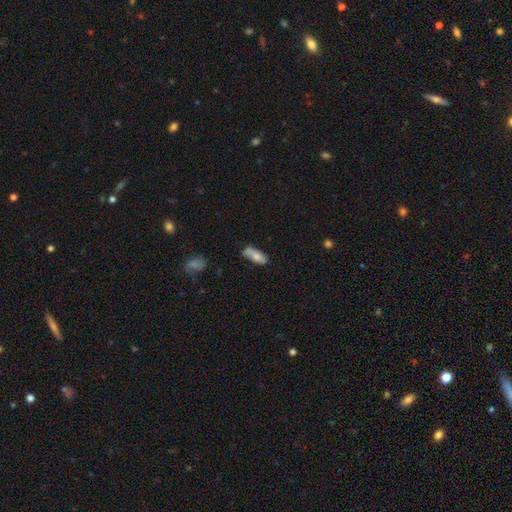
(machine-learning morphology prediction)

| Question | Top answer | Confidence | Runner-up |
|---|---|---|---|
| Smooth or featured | smooth | 72% | featured or disk (21%) |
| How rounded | in between | 75% | cigar-shaped (22%) |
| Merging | none | 55% | minor disturbance (30%) |